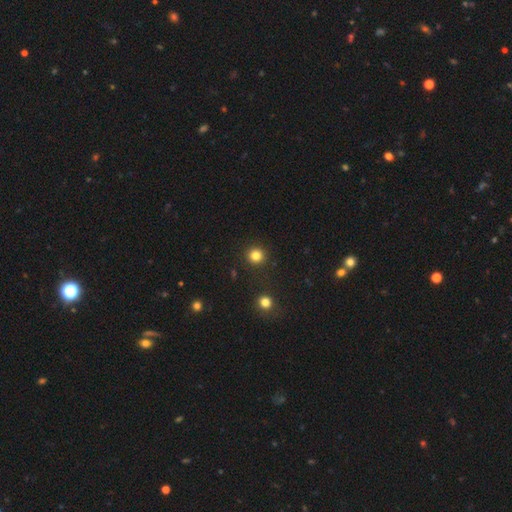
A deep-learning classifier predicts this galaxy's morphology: smooth_or_featured: smooth (p=0.82) [alt: star or artifact p=0.13]
how_rounded: round (p=0.93) [alt: in between p=0.06]
merging: none (p=0.91) [alt: minor disturbance p=0.05]